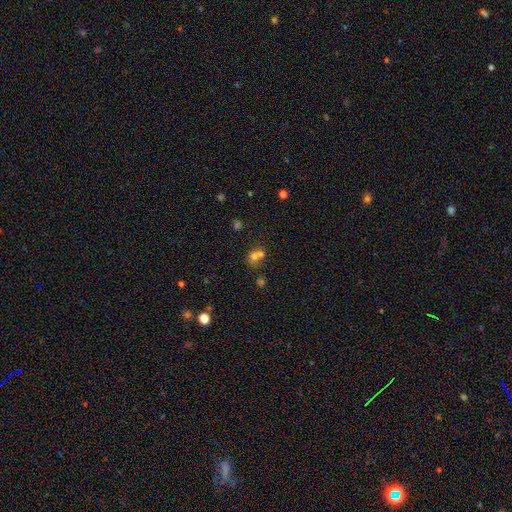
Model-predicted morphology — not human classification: smooth-or-featured: smooth: 66% | star or artifact: 18% | featured or disk: 16%
  how-rounded: round: 65% | in between: 33% | cigar-shaped: 1%
  merging: merger: 56% | none: 31% | minor disturbance: 8% | major disturbance: 4%